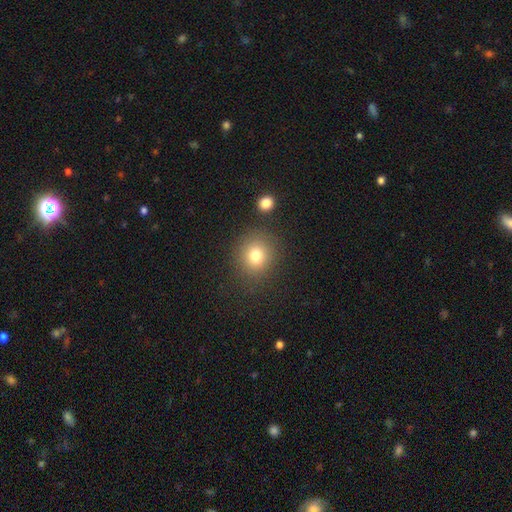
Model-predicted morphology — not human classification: smooth_or_featured: smooth (p=0.78) [alt: star or artifact p=0.13]
how_rounded: round (p=0.83) [alt: in between p=0.17]
merging: none (p=0.82) [alt: minor disturbance p=0.09]